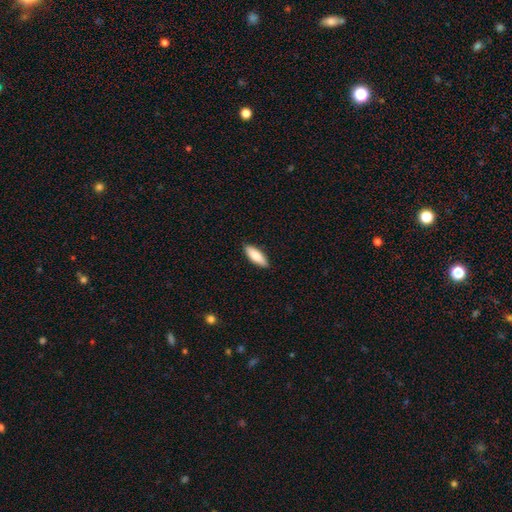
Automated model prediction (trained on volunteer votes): Morphology: type=smooth (82%); roundness=in between (63%); merging=none (90%).